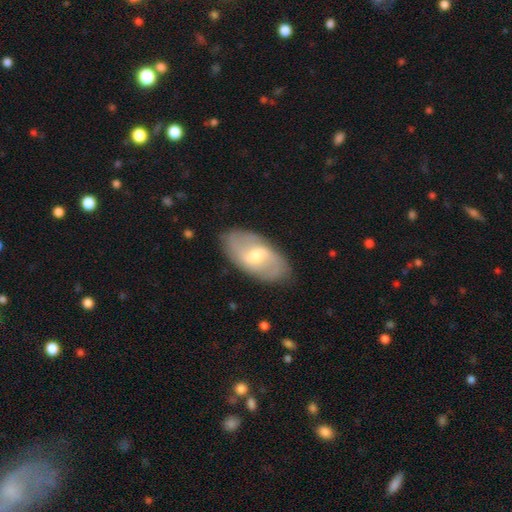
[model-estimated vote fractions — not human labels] Smooth or featured? Predicted: featured or disk (p=0.62). Edge-on disk? Predicted: no (p=0.91). Bar? Predicted: weak (p=0.57). Spiral arms? Predicted: yes (p=0.72). Bulge size? Predicted: moderate (p=0.62). Merging? Predicted: none (p=0.83).